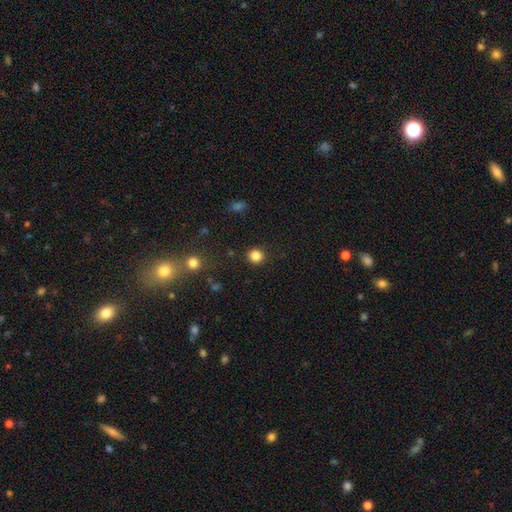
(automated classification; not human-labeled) Morphology: type=smooth (84%); roundness=round (90%); merging=none (90%).